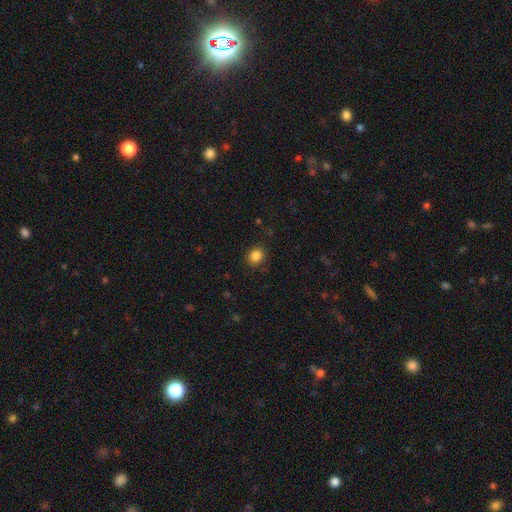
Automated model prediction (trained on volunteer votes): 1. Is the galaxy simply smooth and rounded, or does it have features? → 85% smooth, 11% star or artifact, 4% featured or disk.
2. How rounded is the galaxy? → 74% round, 26% in between, 1% cigar-shaped.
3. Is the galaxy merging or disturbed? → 88% none, 8% minor disturbance, 2% major disturbance, 1% merger.